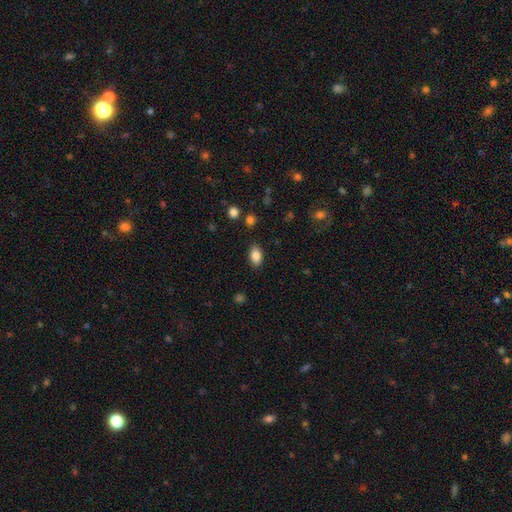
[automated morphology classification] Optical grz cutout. It shows a smooth galaxy with no disk features (86%) that is in between round and cigar-shaped (89%). Merging: none (86%).